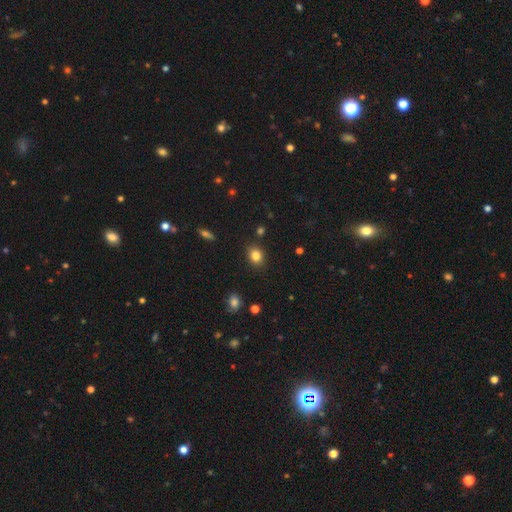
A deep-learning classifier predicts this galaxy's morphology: This appears to be a smooth galaxy with no disk features (83%) that is round (56%). Merging: none (85%).